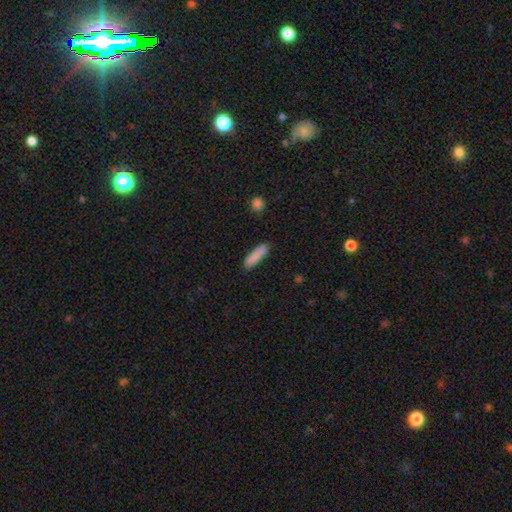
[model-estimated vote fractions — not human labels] Morphology: type=smooth (87%); roundness=cigar-shaped (73%); merging=none (85%).